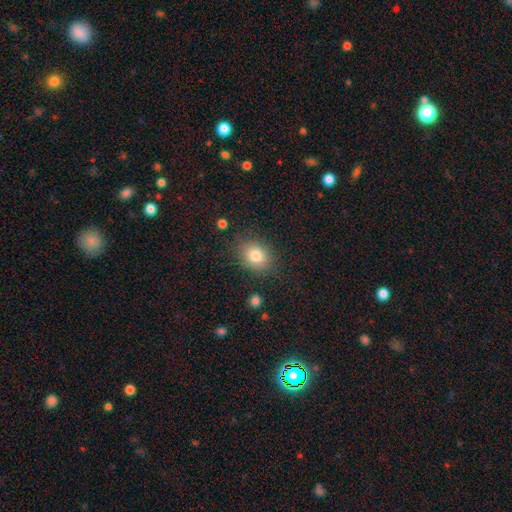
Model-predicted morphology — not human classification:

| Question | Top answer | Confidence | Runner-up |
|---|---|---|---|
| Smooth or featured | smooth | 82% | star or artifact (10%) |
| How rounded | in between | 55% | round (44%) |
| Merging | none | 82% | minor disturbance (12%) |